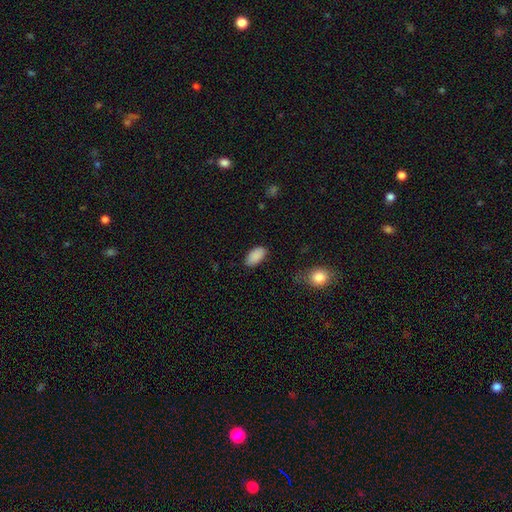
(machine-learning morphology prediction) Smooth or featured?
  - smooth: 89% *
  - star or artifact: 7%
  - featured or disk: 3%
How rounded?
  - in between: 94% *
  - round: 3%
  - cigar-shaped: 2%
Merging?
  - none: 83% *
  - minor disturbance: 13%
  - major disturbance: 3%
  - merger: 1%